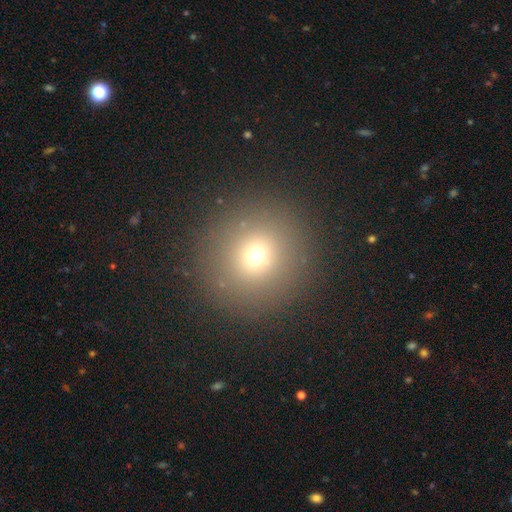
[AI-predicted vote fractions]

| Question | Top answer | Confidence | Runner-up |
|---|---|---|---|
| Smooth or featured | smooth | 69% | star or artifact (21%) |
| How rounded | round | 94% | in between (5%) |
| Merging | none | 90% | minor disturbance (5%) |